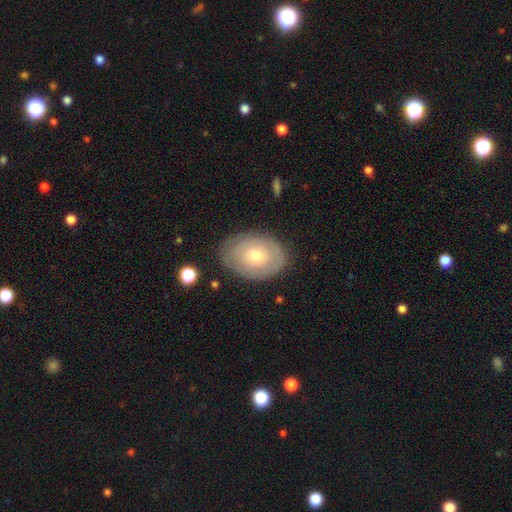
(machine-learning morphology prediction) smooth_or_featured: smooth (p=0.51) [alt: featured or disk p=0.42]
how_rounded: in between (p=0.78) [alt: round p=0.21]
merging: none (p=0.79) [alt: minor disturbance p=0.16]